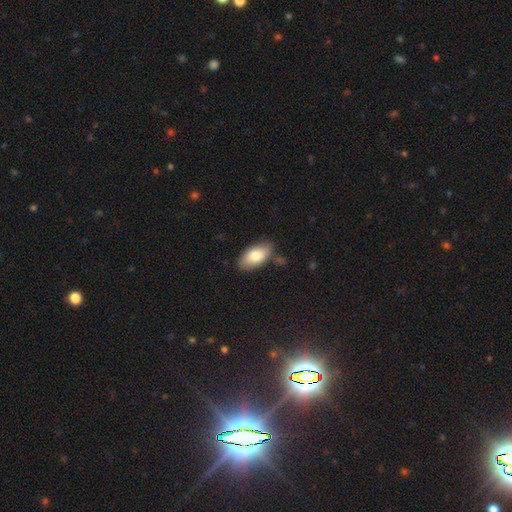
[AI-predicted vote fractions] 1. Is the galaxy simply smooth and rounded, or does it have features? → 81% smooth, 12% featured or disk, 6% star or artifact.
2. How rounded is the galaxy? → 93% in between, 4% cigar-shaped, 3% round.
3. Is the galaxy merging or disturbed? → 80% none, 14% minor disturbance, 3% merger, 3% major disturbance.